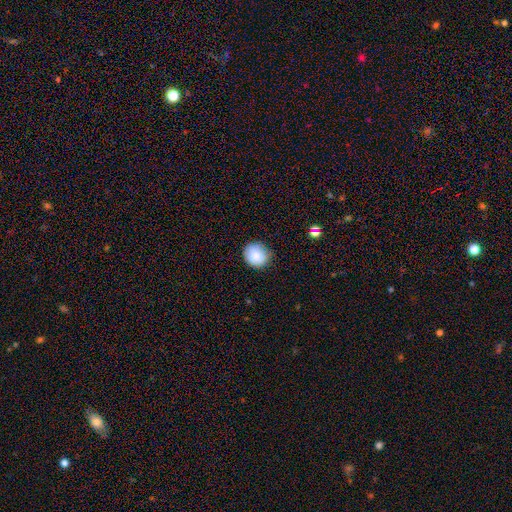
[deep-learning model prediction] Smooth or featured? smooth (86%)
How rounded? round (85%)
Merging? none (82%)